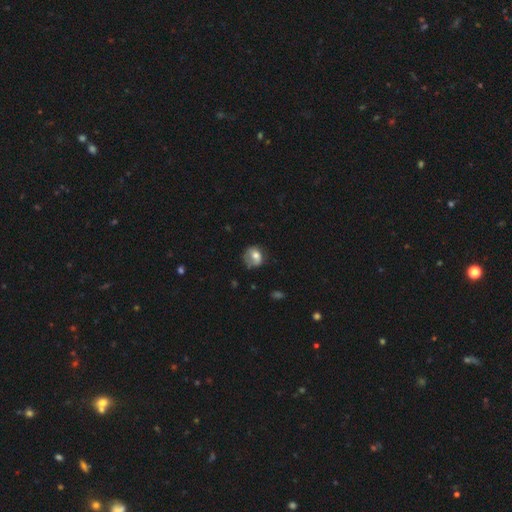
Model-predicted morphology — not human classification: smooth 67%, featured or disk 24%, star or artifact 9%. Down the decision tree: how rounded — round (61%); merging — none (43%).